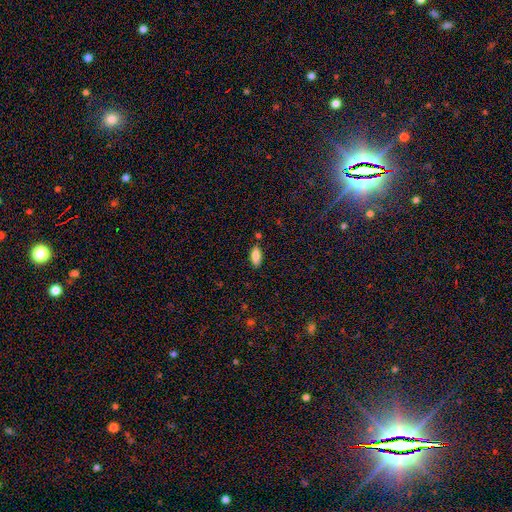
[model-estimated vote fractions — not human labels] Q: Smooth or featured?
A: smooth (85%); runner-up: star or artifact (8%)
Q: How rounded?
A: in between (85%); runner-up: cigar-shaped (13%)
Q: Merging?
A: none (82%); runner-up: minor disturbance (12%)